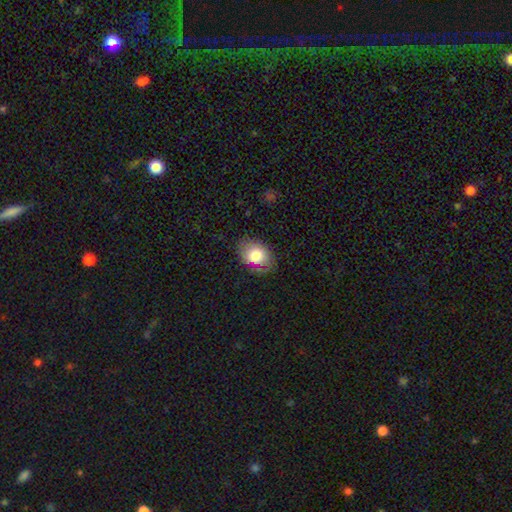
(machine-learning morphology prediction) Overall: smooth (77%). How rounded: in between (71%). Merging: none (74%).